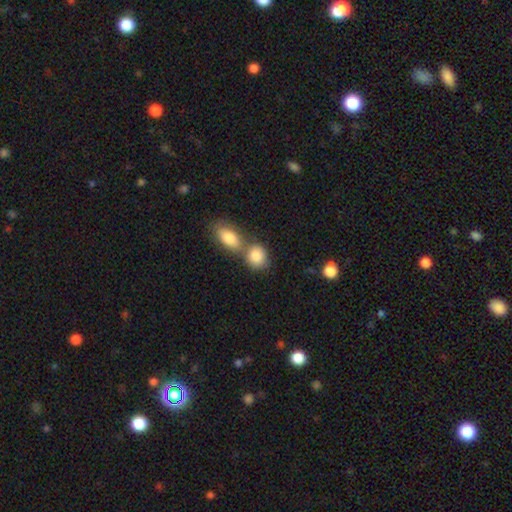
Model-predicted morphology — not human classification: A smooth galaxy with no disk features (85%) that is round (53%).

Vote fractions:
- Smooth or featured? smooth: 85% / featured or disk: 8% / star or artifact: 7%
- How rounded? round: 53% / in between: 45% / cigar-shaped: 2%
- Merging? merger: 45% / none: 42% / minor disturbance: 10% / major disturbance: 4%